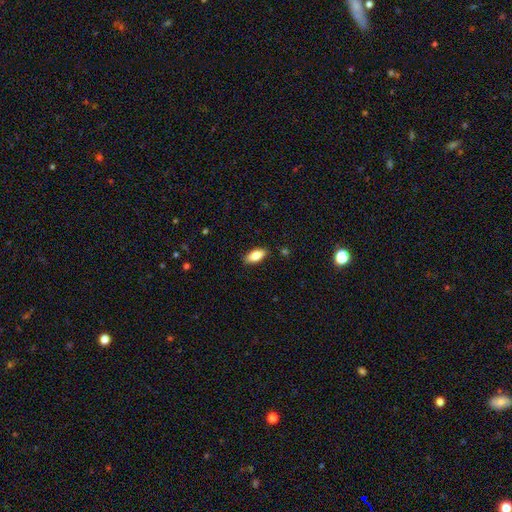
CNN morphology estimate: A smooth galaxy with no disk features (83%) that is in between round and cigar-shaped (89%).

Vote fractions:
- Smooth or featured? smooth: 83% / featured or disk: 10% / star or artifact: 7%
- How rounded? in between: 89% / cigar-shaped: 9% / round: 3%
- Merging? none: 86% / minor disturbance: 10% / major disturbance: 2% / merger: 1%